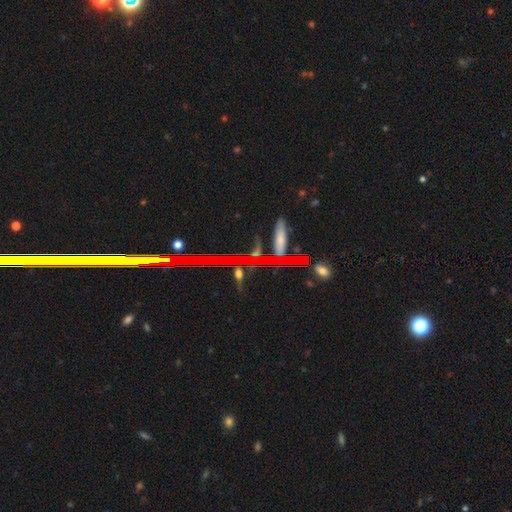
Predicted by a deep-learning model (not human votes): This appears to be a star or artifact, not a galaxy (45%).